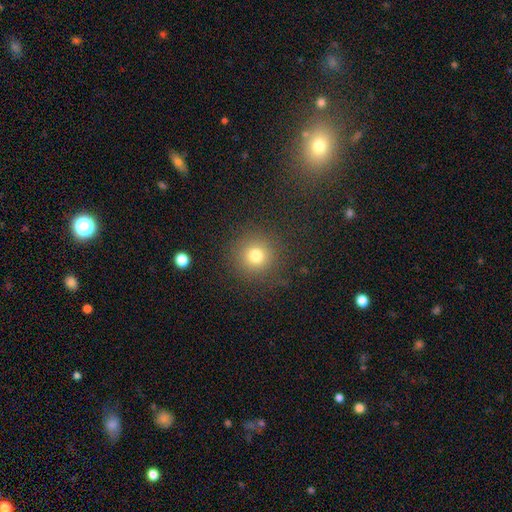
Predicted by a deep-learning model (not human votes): Smooth or featured? smooth (78%)
How rounded? round (94%)
Merging? none (87%)